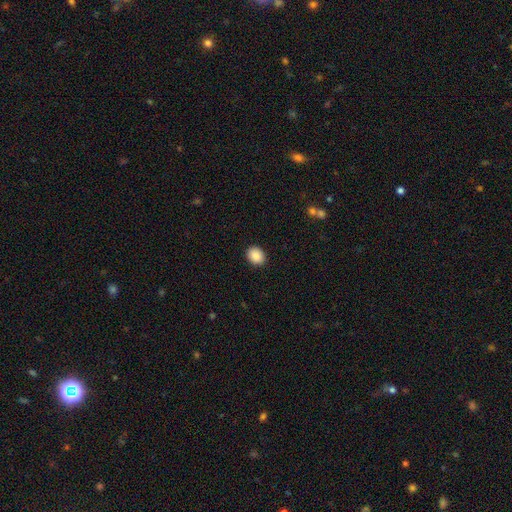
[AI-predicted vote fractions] Q: Smooth or featured?
A: smooth (89%); runner-up: star or artifact (8%)
Q: How rounded?
A: round (57%); runner-up: in between (42%)
Q: Merging?
A: none (91%); runner-up: minor disturbance (6%)